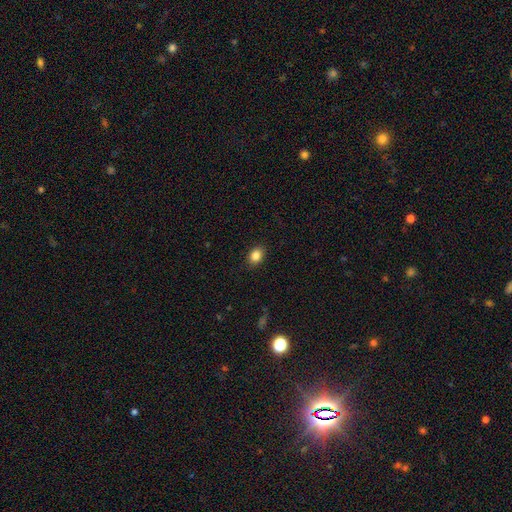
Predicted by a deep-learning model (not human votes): Smooth or featured?
  - smooth: 85% *
  - star or artifact: 10%
  - featured or disk: 5%
How rounded?
  - in between: 65% *
  - round: 34%
  - cigar-shaped: 1%
Merging?
  - none: 88% *
  - minor disturbance: 9%
  - major disturbance: 2%
  - merger: 1%